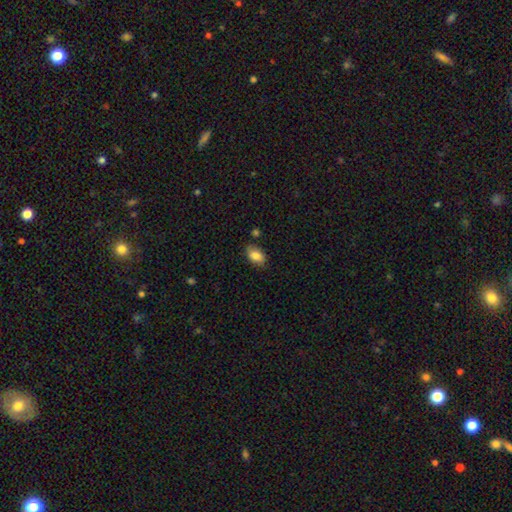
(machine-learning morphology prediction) The model was most divided on "merging": none: 80%, minor disturbance: 14%, merger: 3%, major disturbance: 3%. More confident: how rounded — in between (90%); smooth or featured — smooth (85%).